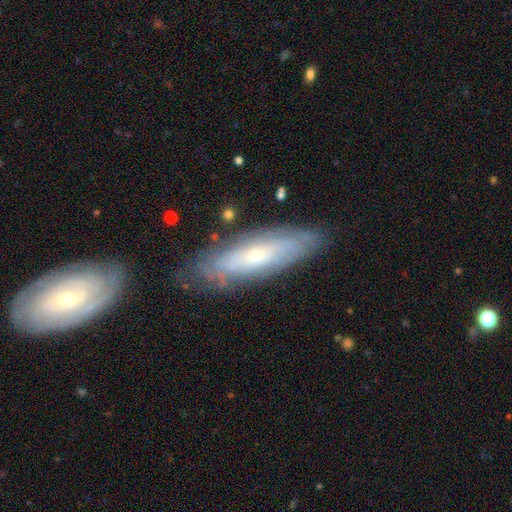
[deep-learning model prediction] featured or disk 64%, smooth 29%, star or artifact 7%. Down the decision tree: edge-on disk — no (69%); merging — none (78%).